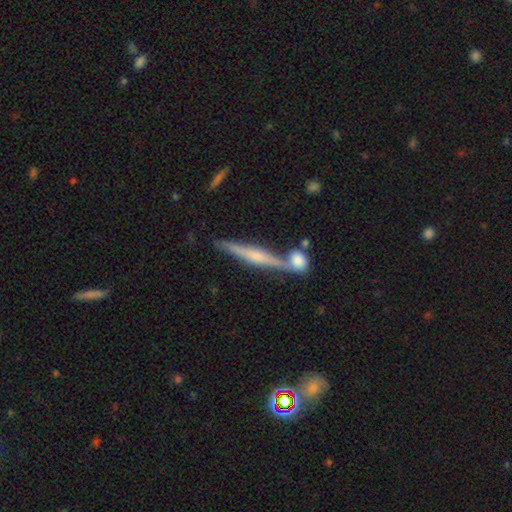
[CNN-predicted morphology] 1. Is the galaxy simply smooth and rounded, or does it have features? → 65% featured or disk, 28% smooth, 7% star or artifact.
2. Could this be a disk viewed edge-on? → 95% yes, 5% no.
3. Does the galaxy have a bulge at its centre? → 67% rounded, 18% none, 15% boxy.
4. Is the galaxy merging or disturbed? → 64% none, 22% merger, 11% minor disturbance, 4% major disturbance.